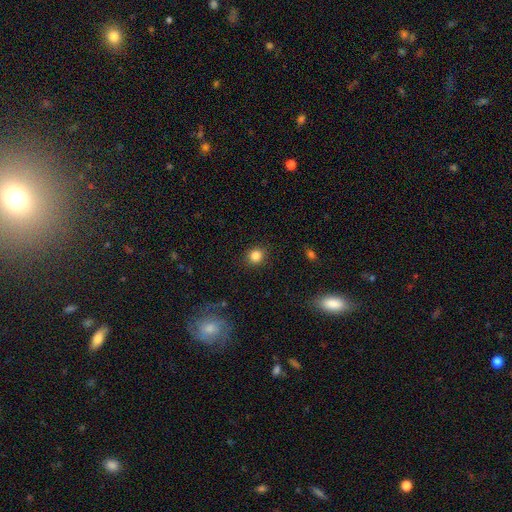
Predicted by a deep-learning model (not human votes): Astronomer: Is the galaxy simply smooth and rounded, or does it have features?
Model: smooth — 84%.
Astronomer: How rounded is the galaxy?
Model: round — 84%.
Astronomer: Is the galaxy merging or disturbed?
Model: none — 90%.